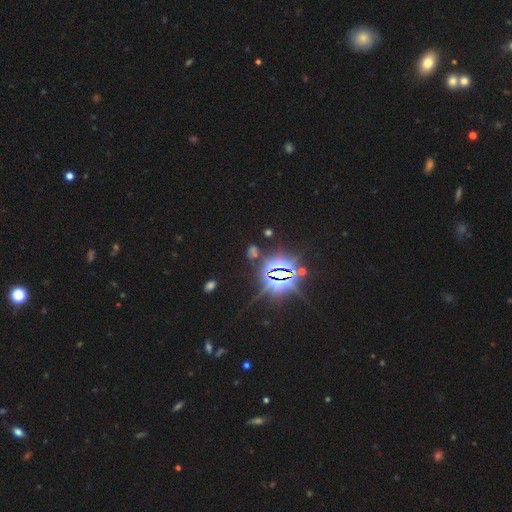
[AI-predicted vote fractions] star or artifact 84%, smooth 9%, featured or disk 7%.